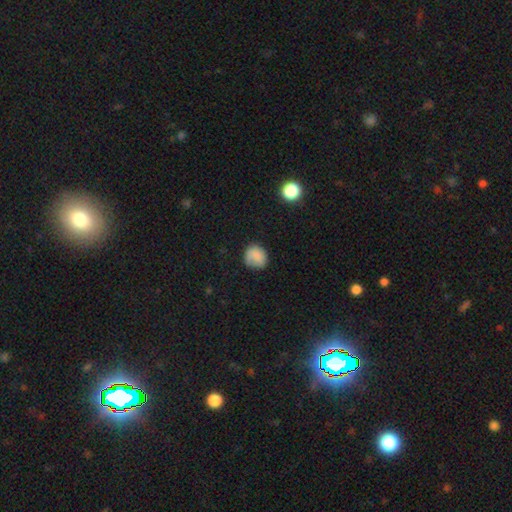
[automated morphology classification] Overall: smooth (83%). How rounded: round (78%). Merging: none (73%).